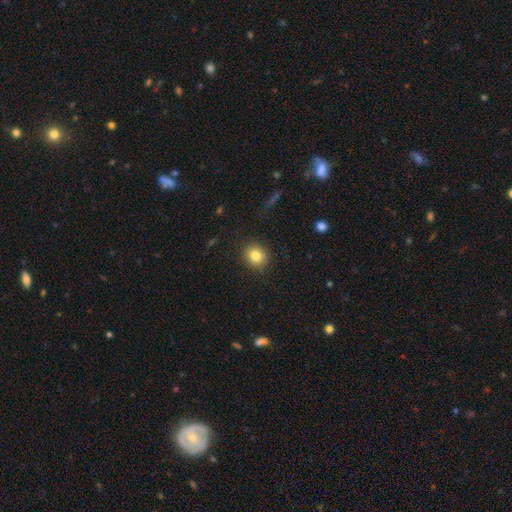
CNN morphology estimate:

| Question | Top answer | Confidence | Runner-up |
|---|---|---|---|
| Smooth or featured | smooth | 81% | star or artifact (11%) |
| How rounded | round | 81% | in between (18%) |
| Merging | none | 89% | minor disturbance (7%) |